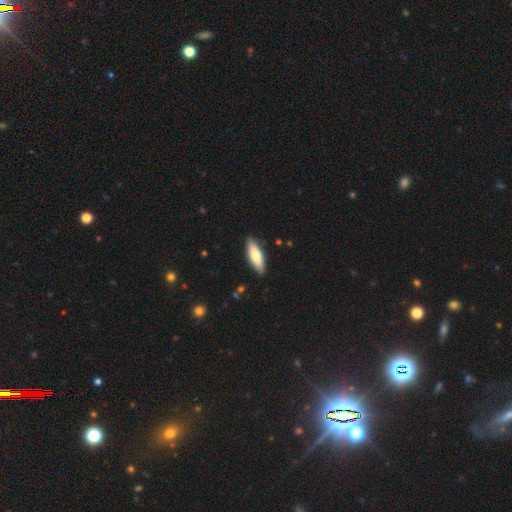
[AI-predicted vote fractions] Smooth or featured? smooth (71%)
How rounded? in between (56%)
Merging? none (88%)